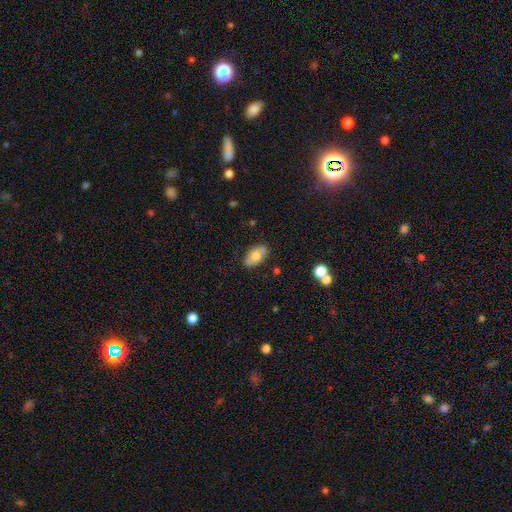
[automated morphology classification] Overall: smooth (67%). How rounded: in between (92%). Merging: none (83%).